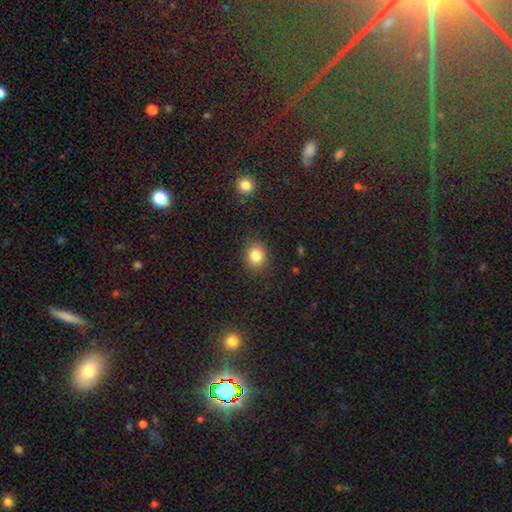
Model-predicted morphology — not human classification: A smooth galaxy with no disk features (84%) that is round (74%). Merging: none (87%).